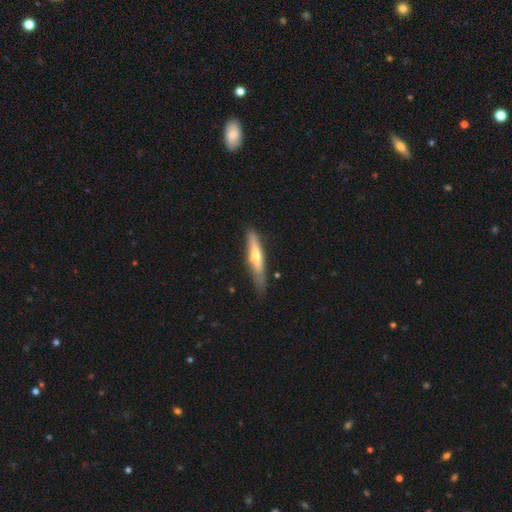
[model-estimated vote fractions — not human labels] A featured or disk galaxy (50%) viewed edge-on (91%).

Vote fractions:
- Smooth or featured? featured or disk: 50% / smooth: 44% / star or artifact: 5%
- Edge-on disk? yes: 91% / no: 9%
- Merging? none: 78% / minor disturbance: 17% / major disturbance: 3% / merger: 2%